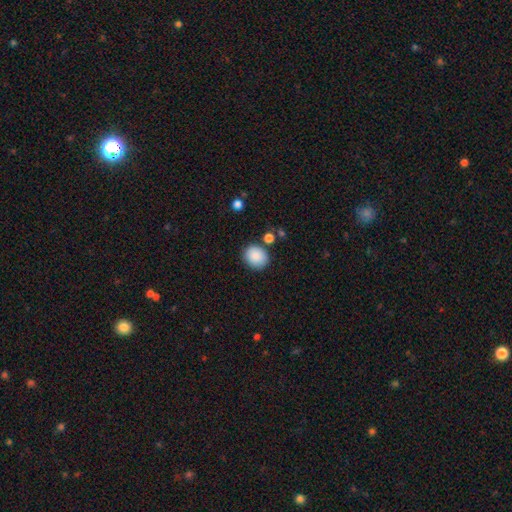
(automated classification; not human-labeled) A smooth galaxy with no disk features (88%) that is round (69%). Merging: none (83%).